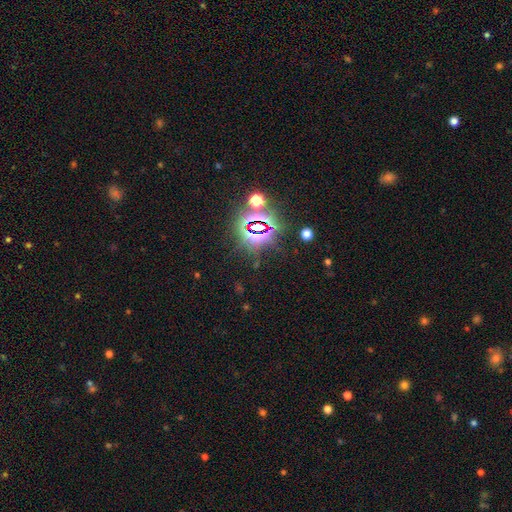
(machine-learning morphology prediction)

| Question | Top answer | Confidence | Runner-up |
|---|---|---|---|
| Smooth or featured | star or artifact | 81% | smooth (11%) |